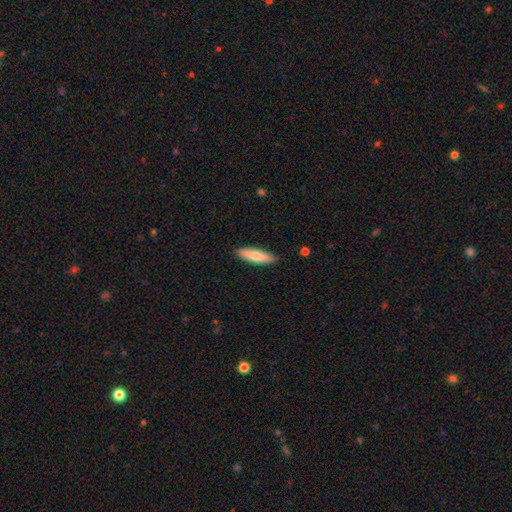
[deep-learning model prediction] Morphology: type=smooth (75%); roundness=cigar-shaped (64%); merging=none (89%).